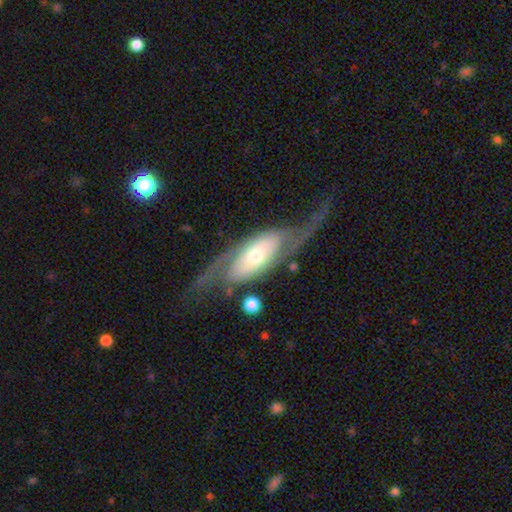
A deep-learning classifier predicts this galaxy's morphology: smooth-or-featured: featured or disk: 77% | smooth: 18% | star or artifact: 5%
  disk-edge-on: no: 81% | yes: 19%
    bar: no: 57% | weak: 23% | strong: 20%
    has-spiral-arms: yes: 83% | no: 17%
      spiral-winding: loose: 61% | medium: 27% | tight: 12%
      spiral-arm-count: 2: 86% | can't tell: 6% | 1: 5% | 3: 1% | 4: 1% | more than 4: 1%
    bulge-size: small: 41% (tied) | moderate: 41% (tied) | large: 12% | dominant: 4% | none: 2%
  merging: none: 50% | major disturbance: 28% | minor disturbance: 18% | merger: 4%